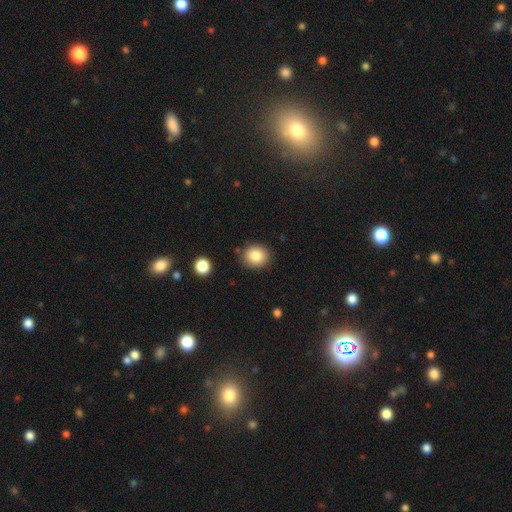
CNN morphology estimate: type=smooth (85%); roundness=round (78%); merging=none (85%).